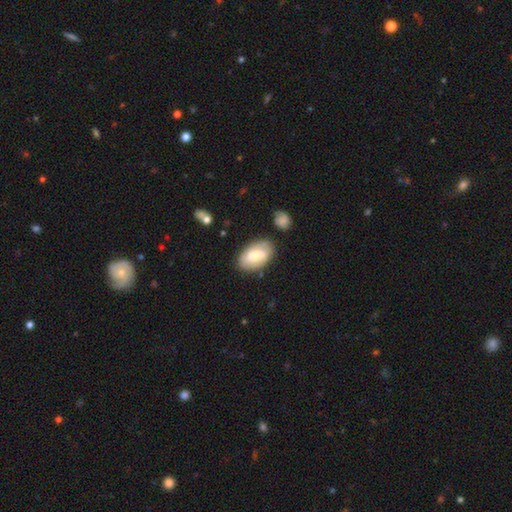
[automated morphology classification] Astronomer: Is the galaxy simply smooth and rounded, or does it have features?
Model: smooth — 56% (runner-up: featured or disk, 38%).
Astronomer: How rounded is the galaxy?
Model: in between — 91%.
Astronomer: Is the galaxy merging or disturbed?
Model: none — 75%.